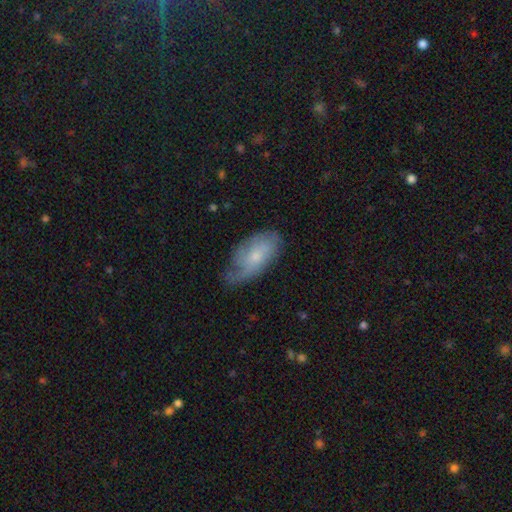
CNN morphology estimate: This appears to be a featured or disk galaxy (51%). Merging: none (53%).